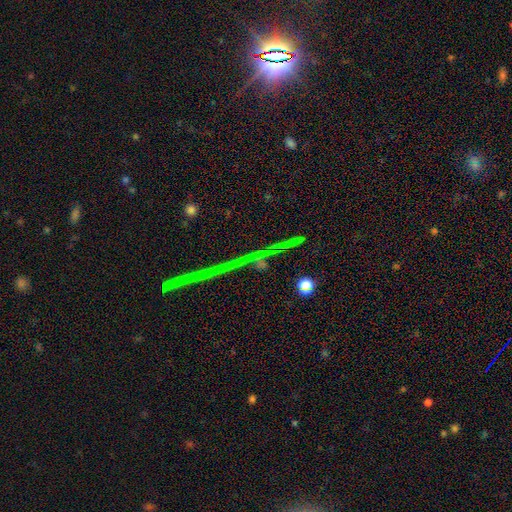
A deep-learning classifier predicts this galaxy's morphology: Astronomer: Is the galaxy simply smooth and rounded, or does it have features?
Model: star or artifact — 74%.